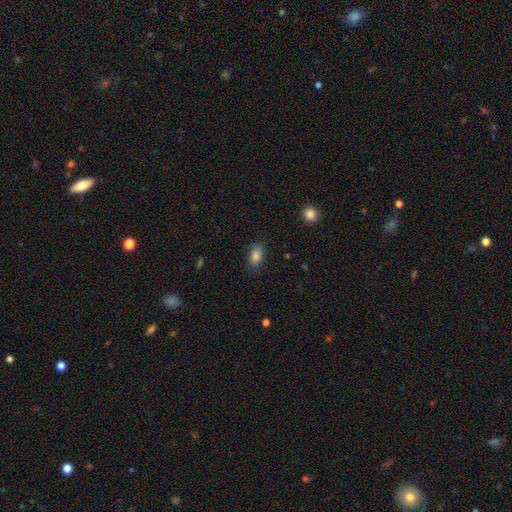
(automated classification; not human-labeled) A smooth galaxy with no disk features (85%) that is in between round and cigar-shaped (85%).

Vote fractions:
- Smooth or featured? smooth: 85% / star or artifact: 9% / featured or disk: 6%
- How rounded? in between: 85% / round: 13% / cigar-shaped: 2%
- Merging? none: 83% / minor disturbance: 12% / major disturbance: 3% / merger: 1%